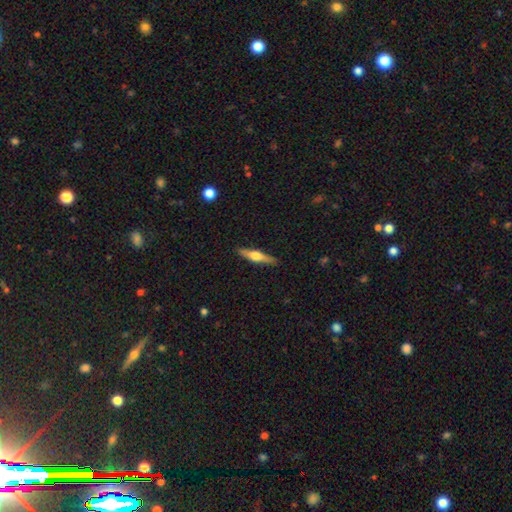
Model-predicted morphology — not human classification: This appears to be a featured or disk galaxy (61%) viewed edge-on (96%) with a rounded central bulge (92%). Merging: none (89%).